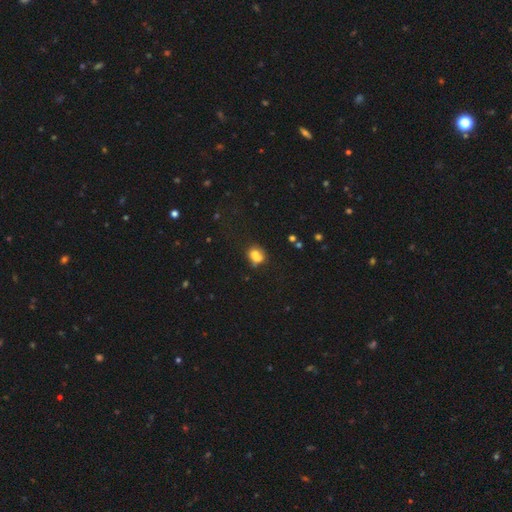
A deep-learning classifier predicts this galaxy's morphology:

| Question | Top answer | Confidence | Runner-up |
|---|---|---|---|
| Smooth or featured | smooth | 72% | featured or disk (15%) |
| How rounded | round | 54% | in between (45%) |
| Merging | none | 38% | merger (37%) |